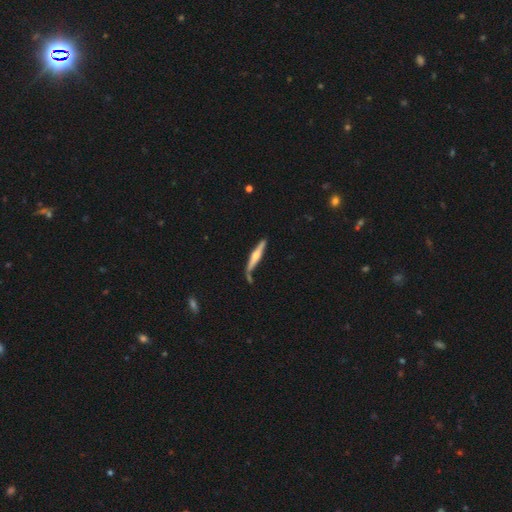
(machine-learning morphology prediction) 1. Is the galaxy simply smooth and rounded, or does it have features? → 58% featured or disk, 36% smooth, 5% star or artifact.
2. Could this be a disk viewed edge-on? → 95% yes, 5% no.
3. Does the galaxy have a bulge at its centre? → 81% rounded, 10% none, 9% boxy.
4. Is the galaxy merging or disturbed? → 68% none, 18% minor disturbance, 9% merger, 5% major disturbance.